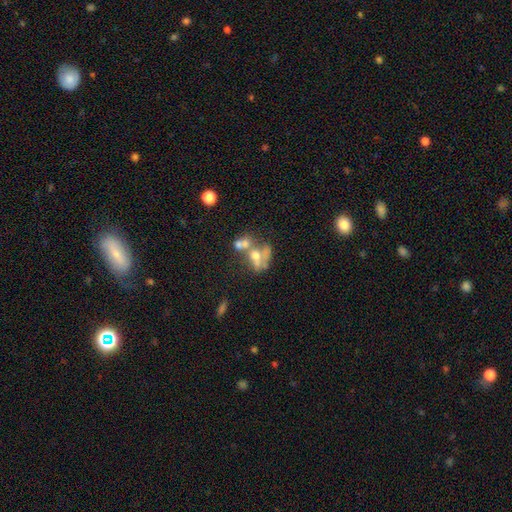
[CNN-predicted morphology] The model was most divided on "smooth or featured": featured or disk: 45%, smooth: 41%, star or artifact: 15%. More confident: merging — merger (57%).